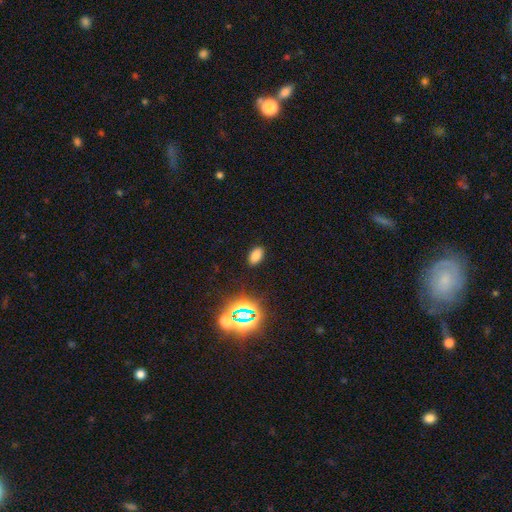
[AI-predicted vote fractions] Smooth or featured? smooth (75%)
How rounded? in between (90%)
Merging? none (88%)